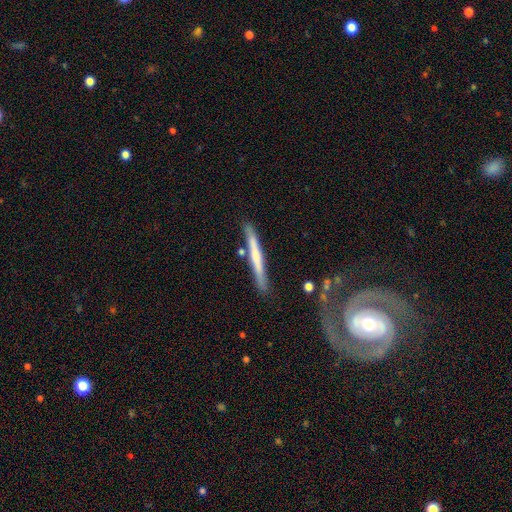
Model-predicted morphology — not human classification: Smooth or featured?
  - smooth: 48% *
  - featured or disk: 47%
  - star or artifact: 6%
Merging?
  - none: 79% *
  - minor disturbance: 13%
  - merger: 5%
  - major disturbance: 3%